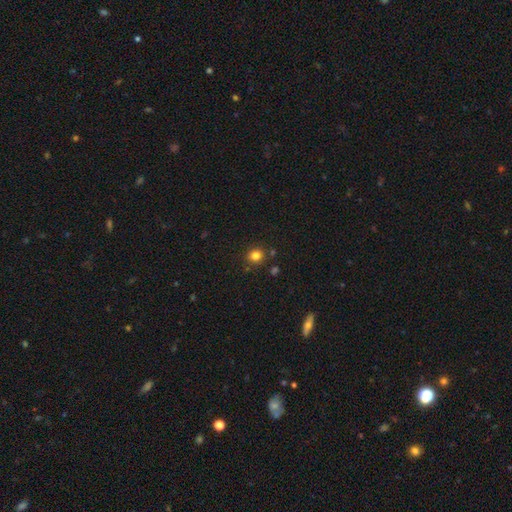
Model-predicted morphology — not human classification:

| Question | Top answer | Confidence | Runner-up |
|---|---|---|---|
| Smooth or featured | smooth | 81% | star or artifact (14%) |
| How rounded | round | 83% | in between (16%) |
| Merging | none | 83% | minor disturbance (9%) |